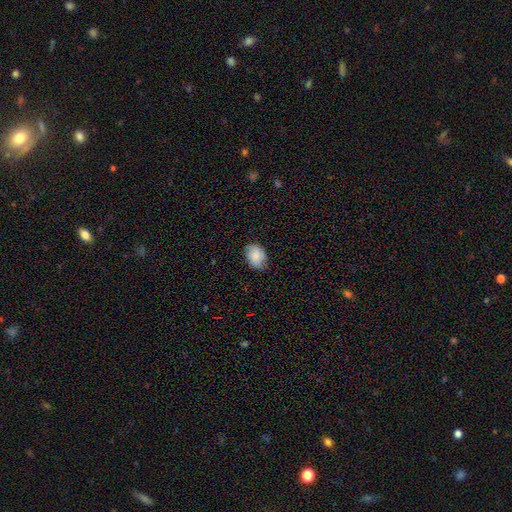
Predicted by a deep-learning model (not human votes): Morphology: type=smooth (77%); roundness=in between (72%); merging=none (75%).